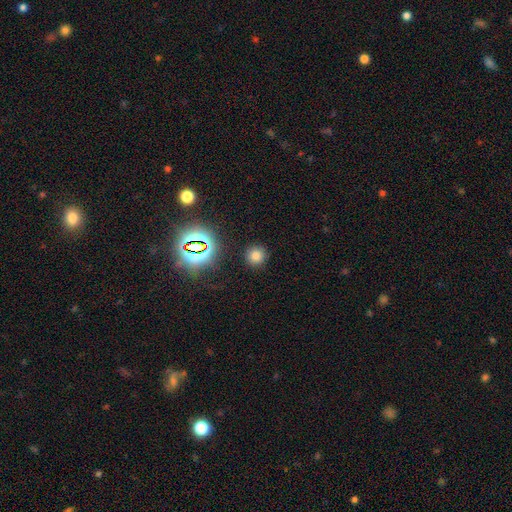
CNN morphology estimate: Q: Smooth or featured?
A: smooth (73%); runner-up: star or artifact (21%)
Q: How rounded?
A: round (93%); runner-up: in between (6%)
Q: Merging?
A: none (88%); runner-up: minor disturbance (7%)